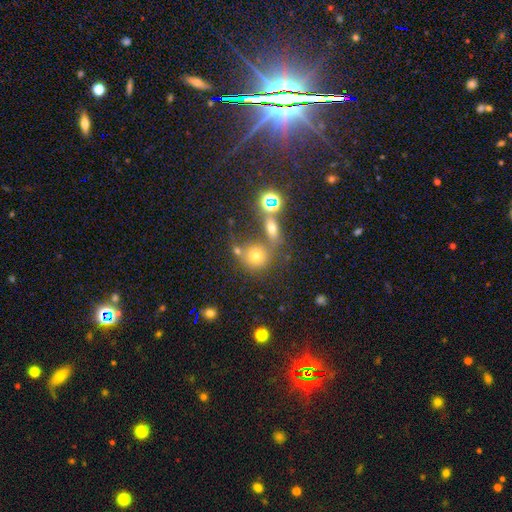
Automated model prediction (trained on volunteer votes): A smooth galaxy with no disk features (65%) that is round (87%).

Vote fractions:
- Smooth or featured? smooth: 65% / star or artifact: 21% / featured or disk: 14%
- How rounded? round: 87% / in between: 12% / cigar-shaped: 2%
- Merging? none: 58% / merger: 25% / minor disturbance: 11% / major disturbance: 6%